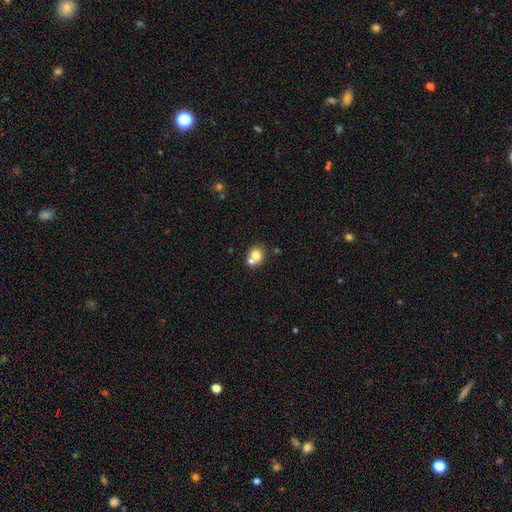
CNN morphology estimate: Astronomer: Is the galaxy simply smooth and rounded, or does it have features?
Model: smooth — 74%.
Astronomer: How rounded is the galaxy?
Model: round — 75%.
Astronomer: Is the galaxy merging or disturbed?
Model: none — 46% (runner-up: merger, 43%).